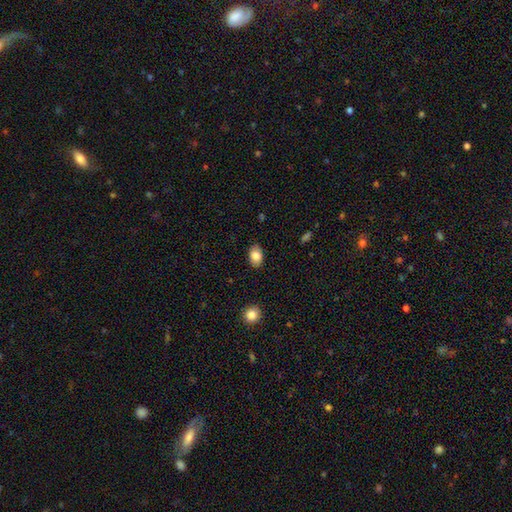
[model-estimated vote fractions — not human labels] Overall: smooth (84%). How rounded: in between (85%). Merging: none (86%).